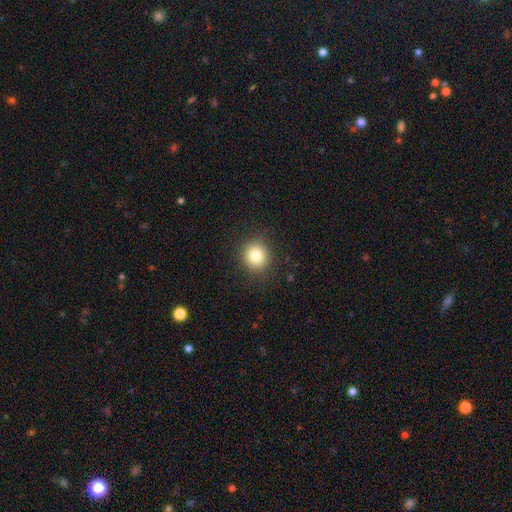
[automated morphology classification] A smooth galaxy with no disk features (82%) that is round (88%). Merging: none (90%).